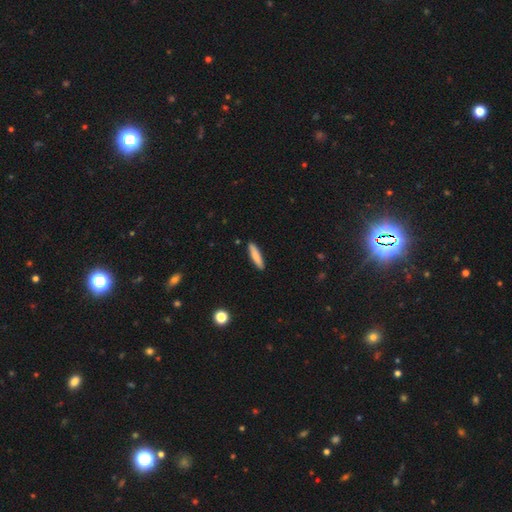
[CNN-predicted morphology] This is clearly a smooth galaxy (81%). How rounded: clearly cigar-shaped (82%). Merging: clearly none (90%).